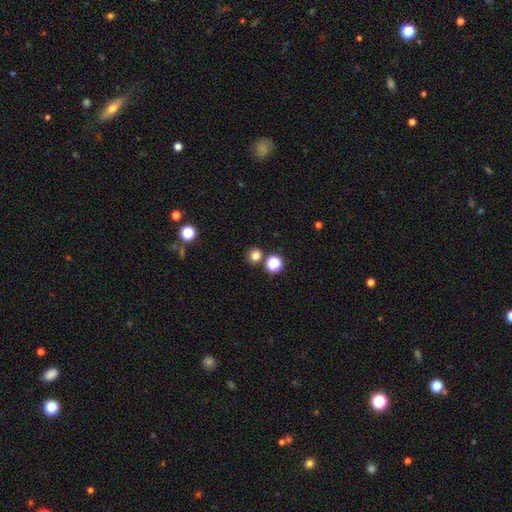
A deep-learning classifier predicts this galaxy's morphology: The model was most divided on "smooth or featured": smooth: 78%, star or artifact: 17%, featured or disk: 5%. More confident: how rounded — round (89%); merging — none (82%).